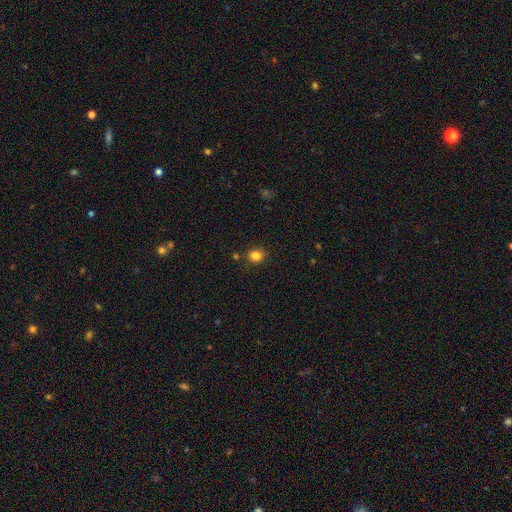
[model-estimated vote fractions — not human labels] Smooth or featured? smooth (83%)
How rounded? round (70%)
Merging? none (84%)